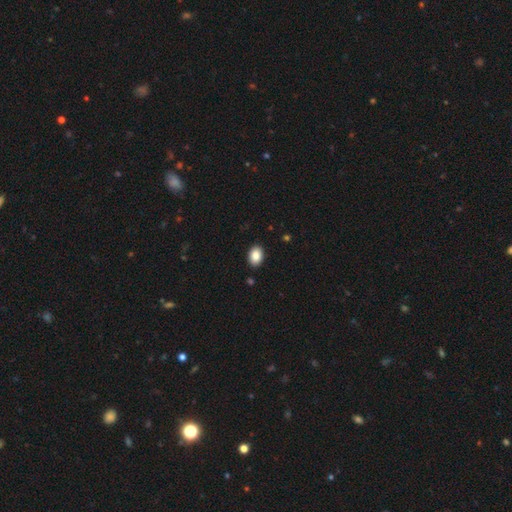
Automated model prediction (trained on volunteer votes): This is clearly a smooth galaxy (87%). How rounded: clearly in between (81%). Merging: clearly none (90%).